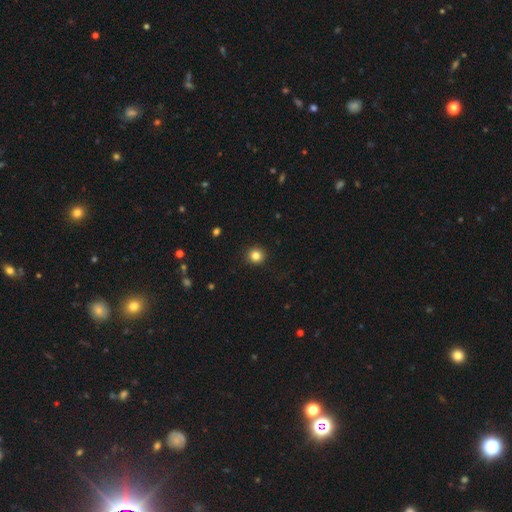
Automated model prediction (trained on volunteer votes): Overall: smooth (84%). How rounded: round (93%). Merging: none (93%).